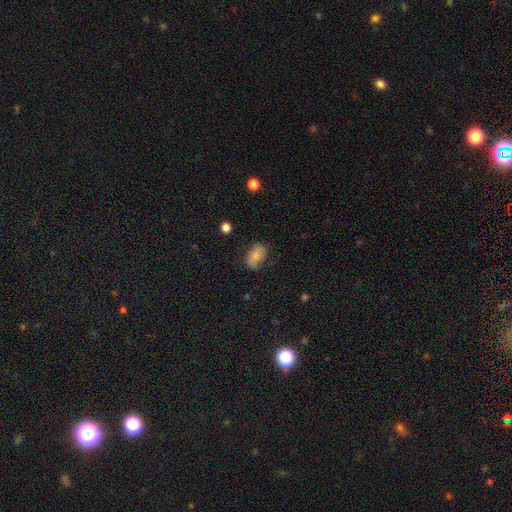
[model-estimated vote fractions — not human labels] Morphology: type=smooth (72%); roundness=in between (89%); merging=none (68%).